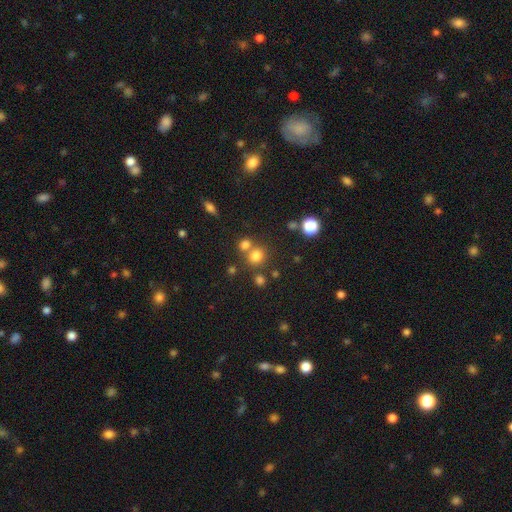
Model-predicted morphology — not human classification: Q: Smooth or featured?
A: smooth (76%); runner-up: star or artifact (17%)
Q: How rounded?
A: round (81%); runner-up: in between (18%)
Q: Merging?
A: none (61%); runner-up: merger (27%)